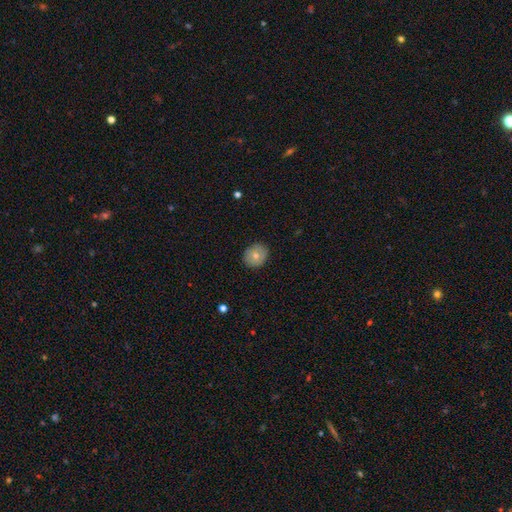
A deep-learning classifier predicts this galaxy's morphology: A smooth galaxy with no disk features (72%) that is round (76%).

Vote fractions:
- Smooth or featured? smooth: 72% / featured or disk: 20% / star or artifact: 8%
- How rounded? round: 76% / in between: 23% / cigar-shaped: 1%
- Merging? none: 87% / minor disturbance: 10% / major disturbance: 2% / merger: 1%